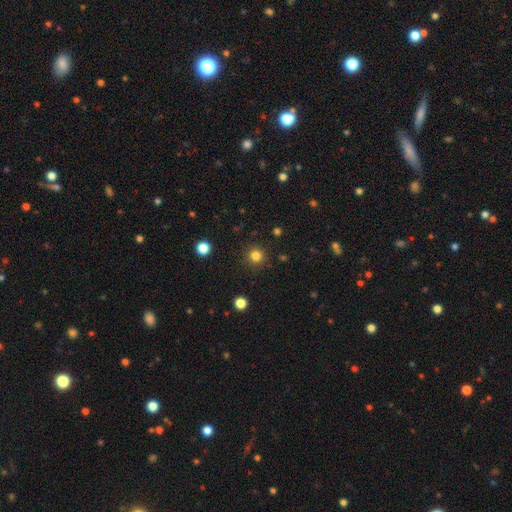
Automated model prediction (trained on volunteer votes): smooth 81%, star or artifact 14%, featured or disk 5%. Down the decision tree: how rounded — round (95%); merging — none (90%).